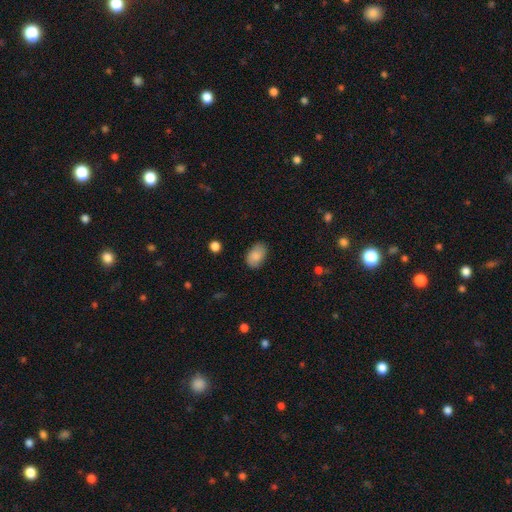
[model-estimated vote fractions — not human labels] Smooth or featured: smooth — 84% (featured or disk — 9%)
How rounded: in between — 90% (round — 9%)
Merging: none — 82% (minor disturbance — 14%)